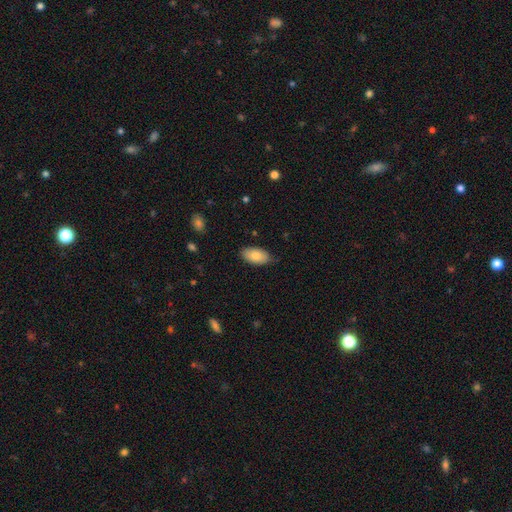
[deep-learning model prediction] Smooth or featured: smooth — 85% (featured or disk — 8%)
How rounded: in between — 95% (cigar-shaped — 3%)
Merging: none — 80% (minor disturbance — 16%)